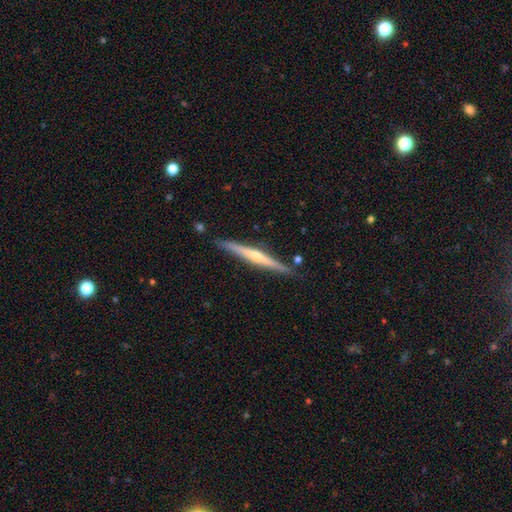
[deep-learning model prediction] A featured or disk galaxy (74%) viewed edge-on (98%) with a rounded central bulge (74%). Merging: none (89%).